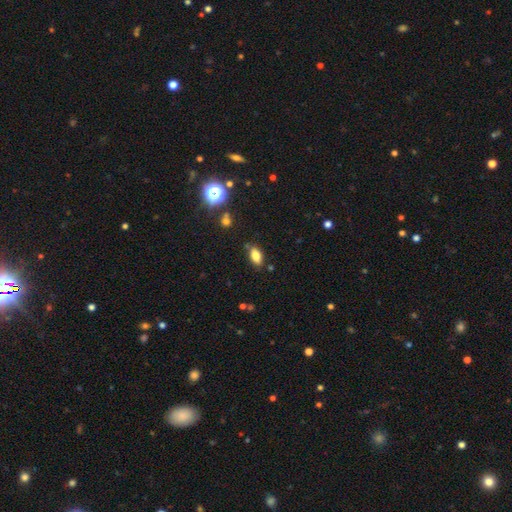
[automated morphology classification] A smooth galaxy with no disk features (79%) that is in between round and cigar-shaped (88%).

Vote fractions:
- Smooth or featured? smooth: 79% / star or artifact: 11% / featured or disk: 10%
- How rounded? in between: 88% / round: 6% / cigar-shaped: 6%
- Merging? none: 77% / minor disturbance: 16% / merger: 4% / major disturbance: 3%